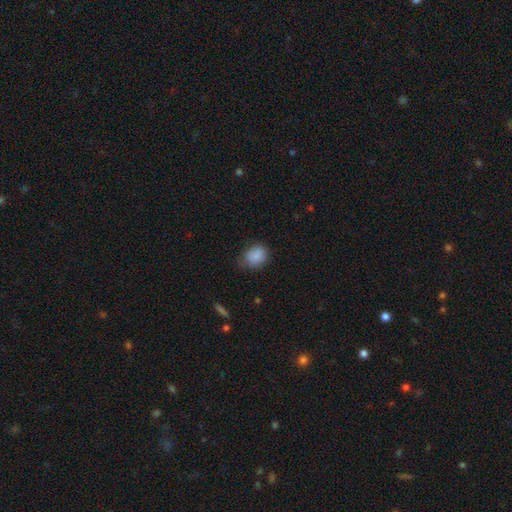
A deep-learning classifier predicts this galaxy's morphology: type=smooth (86%); roundness=round (50%); merging=none (60%).